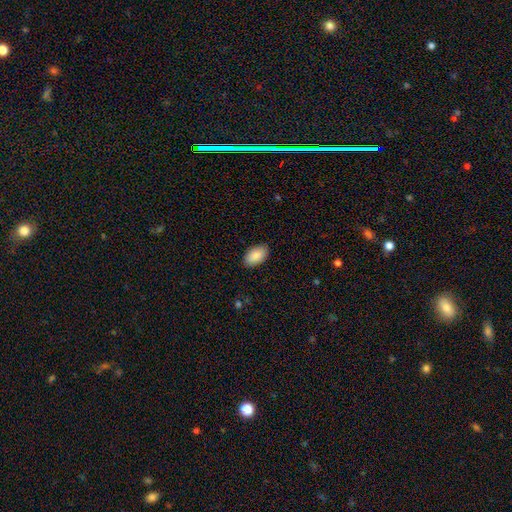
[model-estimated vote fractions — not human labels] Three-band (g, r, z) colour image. It shows a smooth galaxy with no disk features (87%) that is in between round and cigar-shaped (94%). Merging: none (87%).